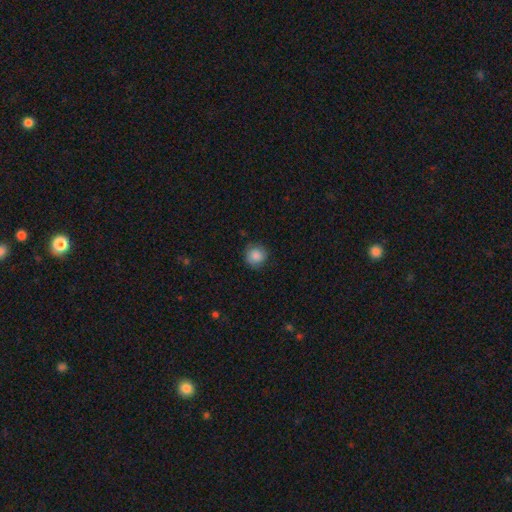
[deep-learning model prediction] Morphology: type=smooth (87%); roundness=round (92%); merging=none (84%).